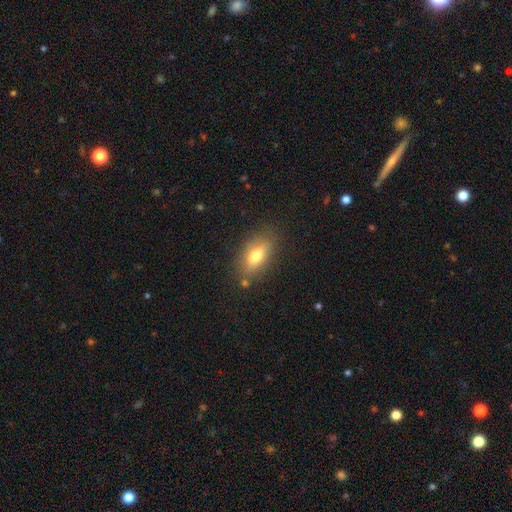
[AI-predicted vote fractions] This appears to be a smooth galaxy with no disk features (71%) that is in between round and cigar-shaped (81%). Merging: none (79%).